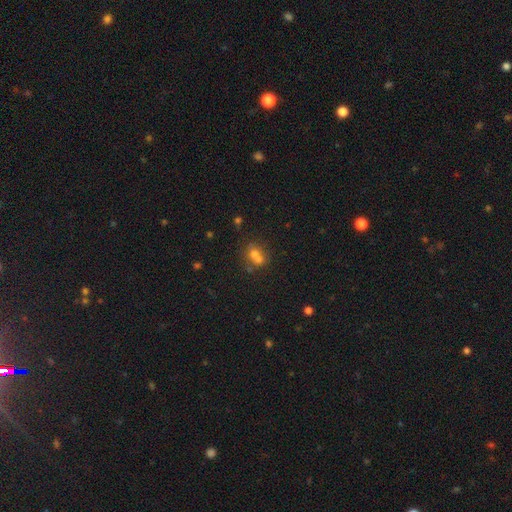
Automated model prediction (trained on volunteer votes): smooth-or-featured: smooth: 62% | featured or disk: 21% | star or artifact: 17%
  how-rounded: round: 63% | in between: 36% | cigar-shaped: 1%
  merging: merger: 57% | none: 31% | minor disturbance: 8% | major disturbance: 4%